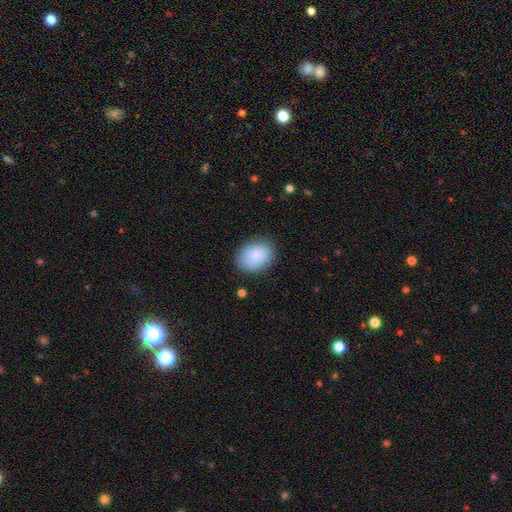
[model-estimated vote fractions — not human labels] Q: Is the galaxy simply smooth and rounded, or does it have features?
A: smooth — 87%.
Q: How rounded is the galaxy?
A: in between — 59%.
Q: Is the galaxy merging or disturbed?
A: none — 82%.